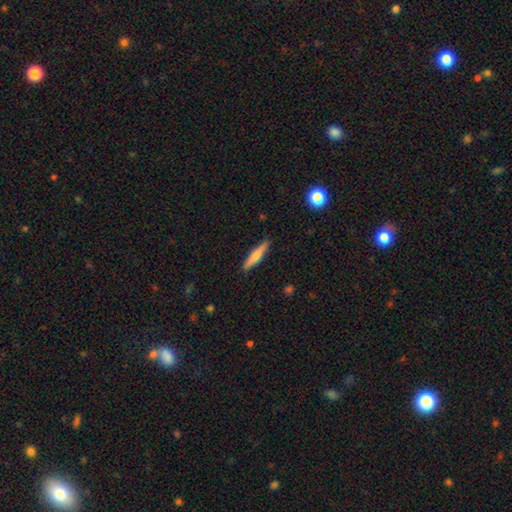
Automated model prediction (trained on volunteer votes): This appears to be a smooth galaxy with no disk features (59%) that is cigar-shaped (88%). Merging: none (89%).